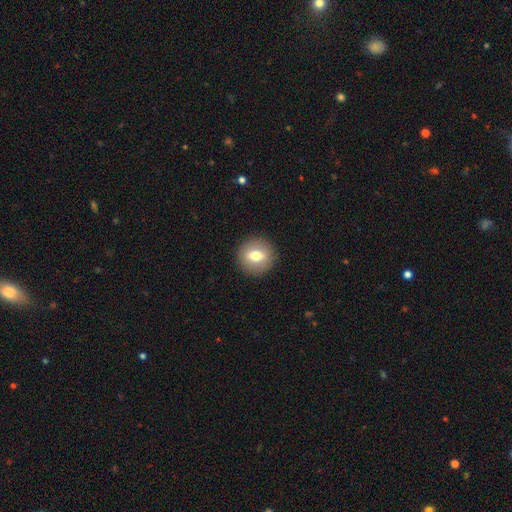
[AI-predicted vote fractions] smooth_or_featured: smooth (p=0.66) [alt: featured or disk p=0.26]
how_rounded: round (p=0.85) [alt: in between p=0.14]
merging: none (p=0.90) [alt: minor disturbance p=0.06]